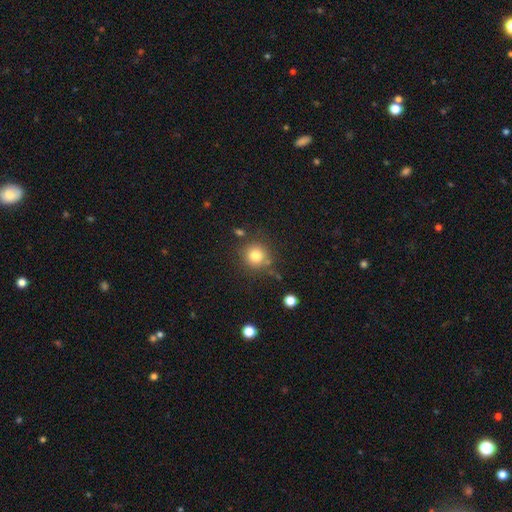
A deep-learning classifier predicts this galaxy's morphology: The model was most divided on "smooth or featured": smooth: 80%, star or artifact: 12%, featured or disk: 8%. More confident: how rounded — round (93%); merging — none (79%).